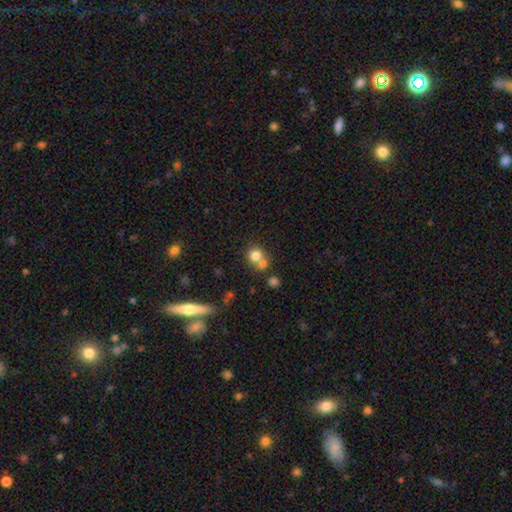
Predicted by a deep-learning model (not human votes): Smooth or featured? smooth (76%)
How rounded? round (82%)
Merging? none (45%)